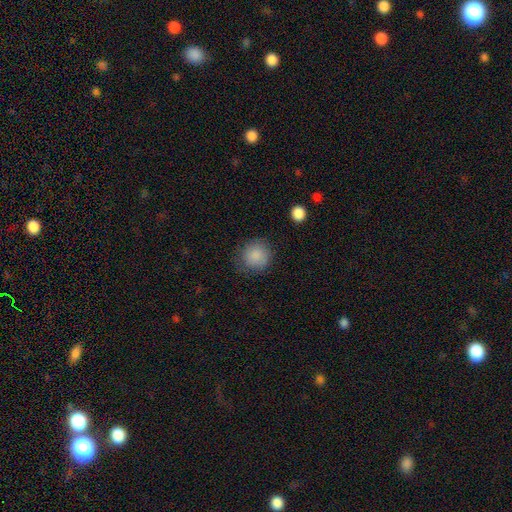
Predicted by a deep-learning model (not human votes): smooth_or_featured: smooth (p=0.86) [alt: star or artifact p=0.08]
how_rounded: round (p=0.90) [alt: in between p=0.09]
merging: none (p=0.77) [alt: minor disturbance p=0.16]